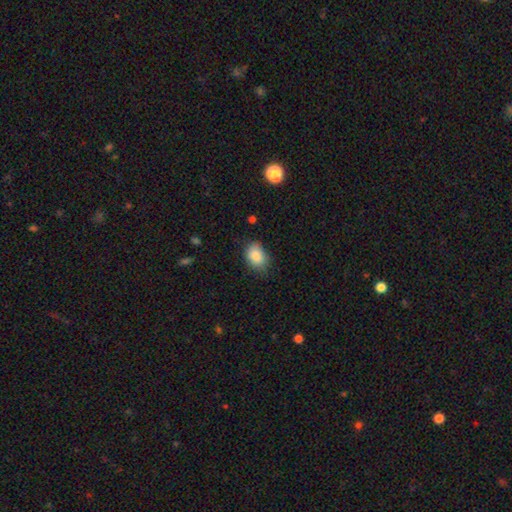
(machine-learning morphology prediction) This appears to be a smooth galaxy with no disk features (86%) that is in between round and cigar-shaped (77%). Merging: none (71%).